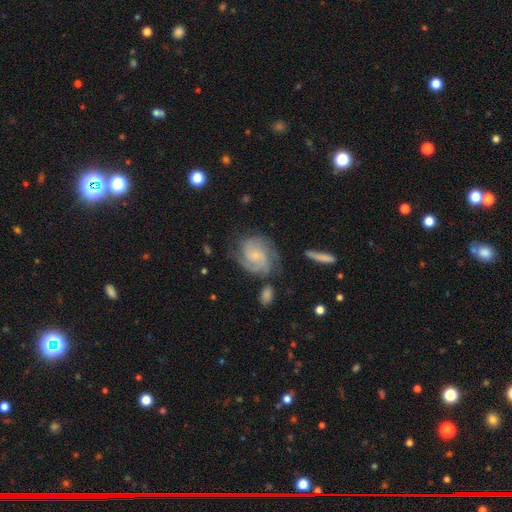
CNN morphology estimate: A featured or disk galaxy (82%) with no bar (67%), 2 (39%) tight (53%) spiral arms (96%) and a small central bulge (75%).

Vote fractions:
- Smooth or featured? featured or disk: 82% / smooth: 12% / star or artifact: 6%
- Edge-on disk? no: 98% / yes: 2%
- Bar? no: 67% / weak: 28% / strong: 5%
- Spiral arms? yes: 96% / no: 4%
- Spiral winding? tight: 53% / medium: 37% / loose: 10%
- Spiral arm count? 2: 39% / 3: 27% / can't tell: 18% / 4: 7% / 1: 5% / more than 4: 4%
- Bulge size? small: 75% / moderate: 16% / none: 6% / large: 1% / dominant: 1%
- Merging? none: 66% / minor disturbance: 19% / major disturbance: 10% / merger: 4%